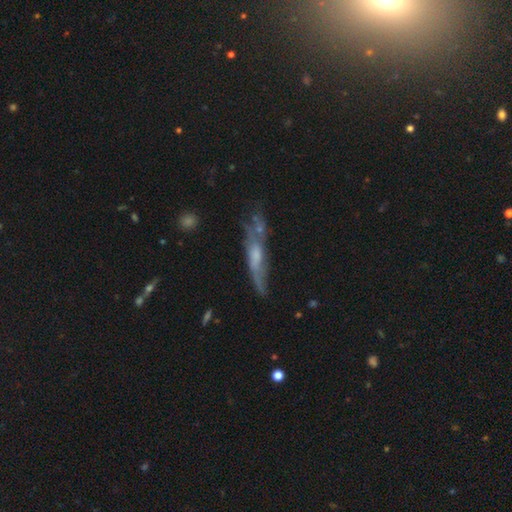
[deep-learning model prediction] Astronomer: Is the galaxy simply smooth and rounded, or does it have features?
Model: featured or disk — 58%.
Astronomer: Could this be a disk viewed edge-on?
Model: yes — 64%.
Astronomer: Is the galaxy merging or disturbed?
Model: none — 55%.